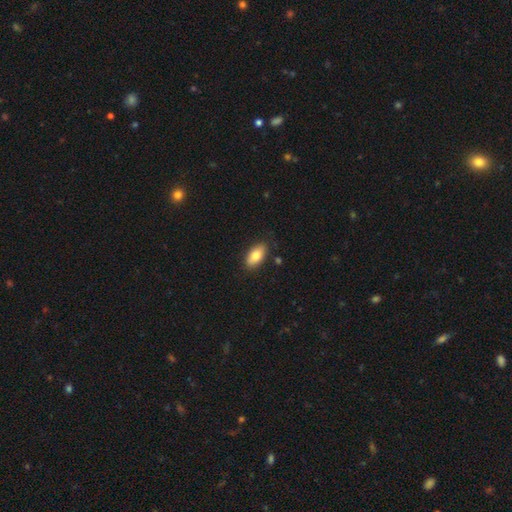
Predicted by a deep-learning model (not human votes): Smooth or featured: smooth — 79% (featured or disk — 14%)
How rounded: in between — 91% (cigar-shaped — 5%)
Merging: none — 85% (minor disturbance — 12%)